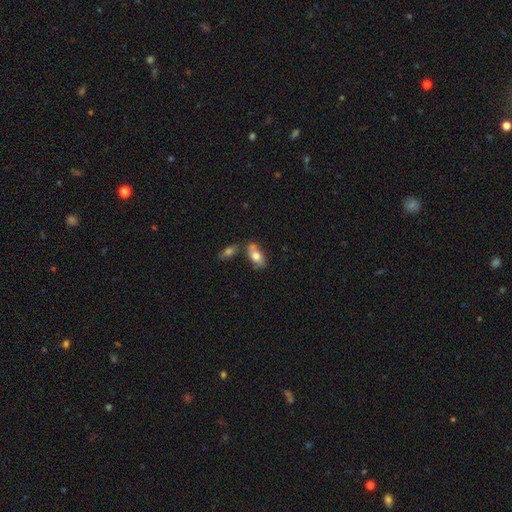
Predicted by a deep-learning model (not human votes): A smooth galaxy with no disk features (68%) that is in between round and cigar-shaped (89%). Merging: none (55%).